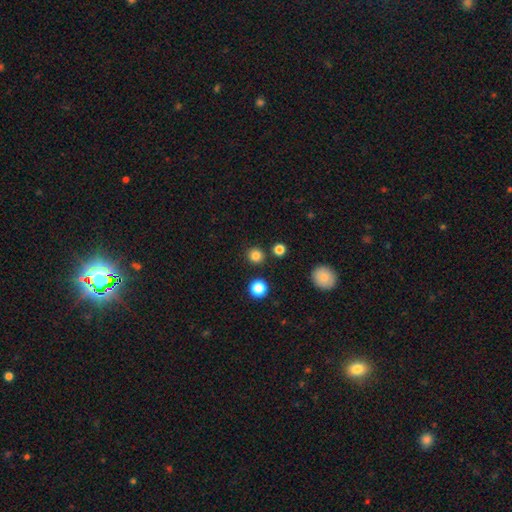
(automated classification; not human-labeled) Morphology: type=smooth (82%); roundness=round (93%); merging=none (89%).